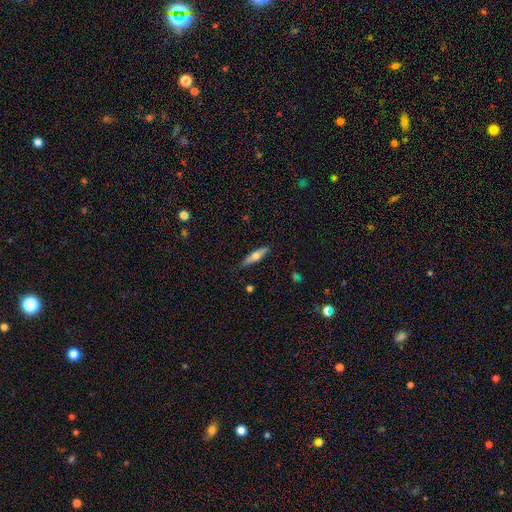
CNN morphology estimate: Smooth or featured?
  - featured or disk: 53% *
  - smooth: 41%
  - star or artifact: 6%
Edge-on disk?
  - yes: 92% *
  - no: 8%
Merging?
  - none: 86% *
  - minor disturbance: 10%
  - major disturbance: 2%
  - merger: 1%